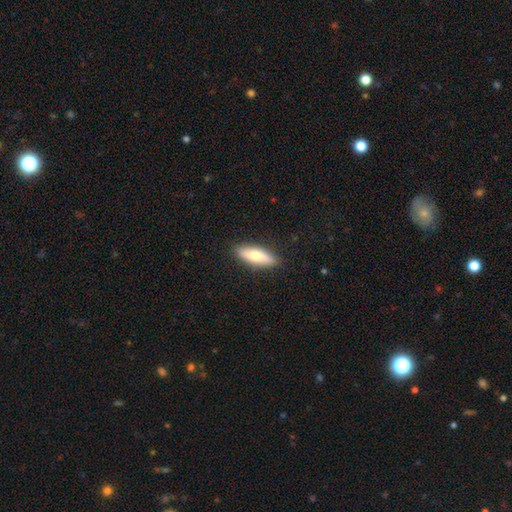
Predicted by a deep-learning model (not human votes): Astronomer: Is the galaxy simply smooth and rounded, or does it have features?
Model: smooth — 66%.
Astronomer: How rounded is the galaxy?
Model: in between — 52% (runner-up: cigar-shaped, 46%).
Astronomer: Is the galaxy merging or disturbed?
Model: none — 88%.